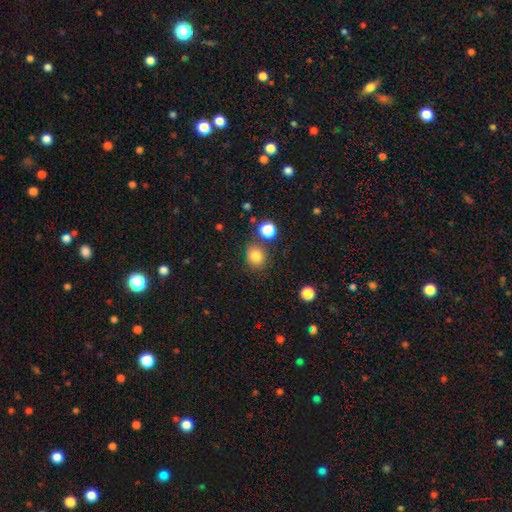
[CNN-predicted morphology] Smooth or featured? smooth (82%)
How rounded? round (76%)
Merging? none (79%)